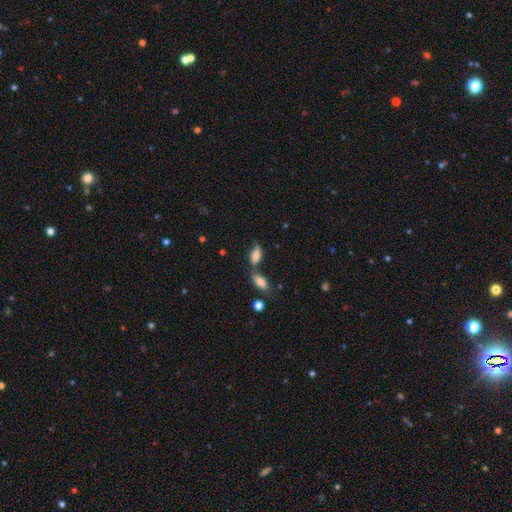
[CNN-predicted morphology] Smooth or featured?
  - smooth: 75% *
  - featured or disk: 16%
  - star or artifact: 9%
How rounded?
  - in between: 83% *
  - cigar-shaped: 13%
  - round: 4%
Merging?
  - none: 42% *
  - merger: 38%
  - minor disturbance: 14%
  - major disturbance: 6%